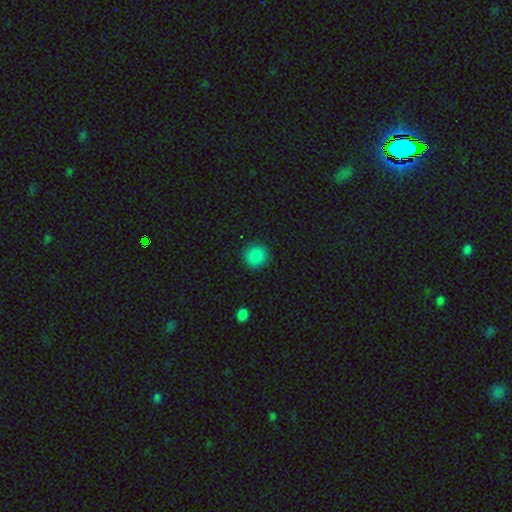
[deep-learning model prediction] smooth 87%, star or artifact 10%, featured or disk 3%. Down the decision tree: how rounded — round (93%); merging — none (91%).